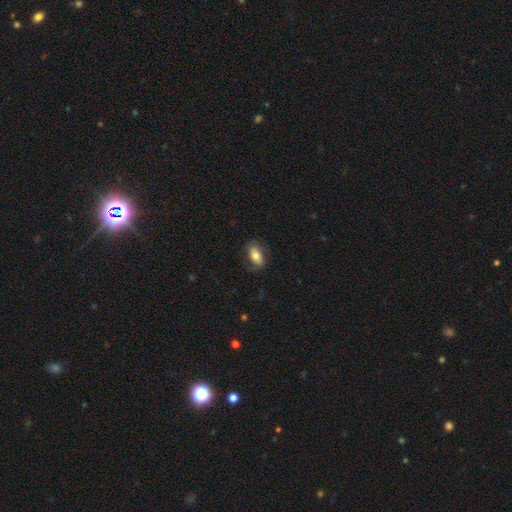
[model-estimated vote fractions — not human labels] A smooth galaxy with no disk features (71%) that is in between round and cigar-shaped (90%). Merging: none (73%).